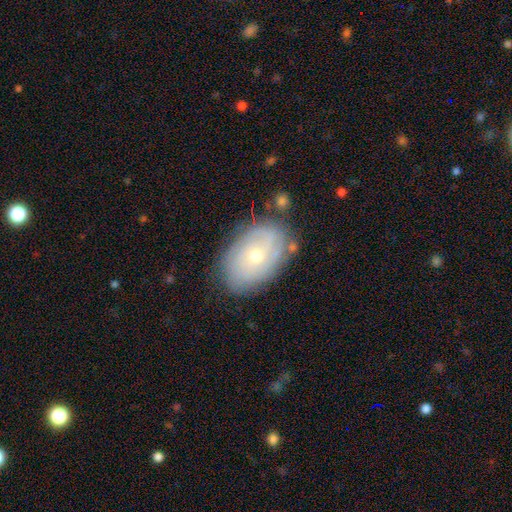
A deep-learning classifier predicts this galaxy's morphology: Smooth or featured?
  - featured or disk: 60% *
  - smooth: 32%
  - star or artifact: 8%
Edge-on disk?
  - no: 94% *
  - yes: 6%
Bar?
  - no: 81% *
  - weak: 16%
  - strong: 3%
Spiral arms?
  - yes: 73% *
  - no: 27%
Bulge size?
  - moderate: 50% *
  - small: 47%
  - large: 2%
  - none: 1%
  - dominant: 1%
Merging?
  - none: 75% *
  - minor disturbance: 17%
  - major disturbance: 5%
  - merger: 3%